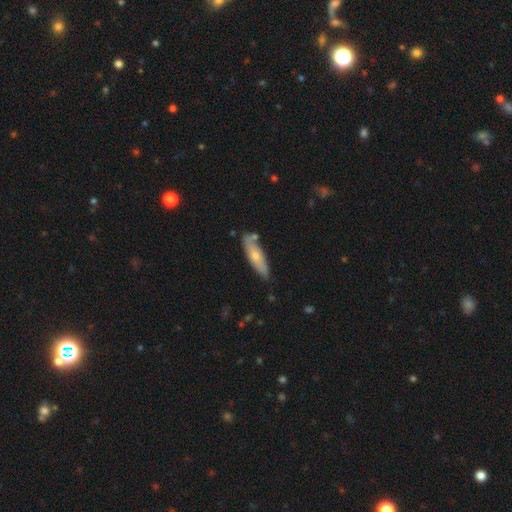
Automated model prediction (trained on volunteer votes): Smooth or featured? Predicted: smooth (p=0.57). How rounded? Predicted: cigar-shaped (p=0.63). Merging? Predicted: none (p=0.72).